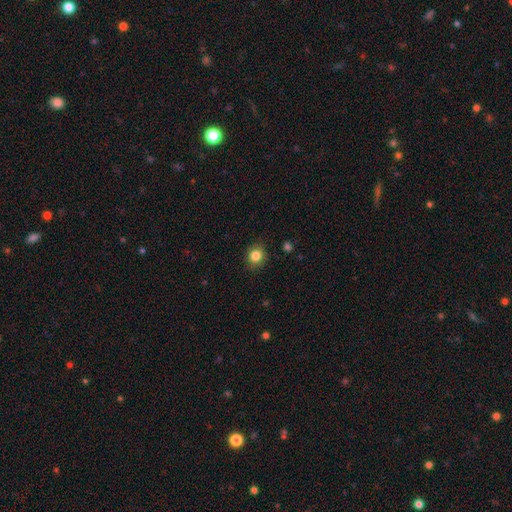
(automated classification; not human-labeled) Morphology: type=smooth (84%); roundness=round (78%); merging=none (88%).